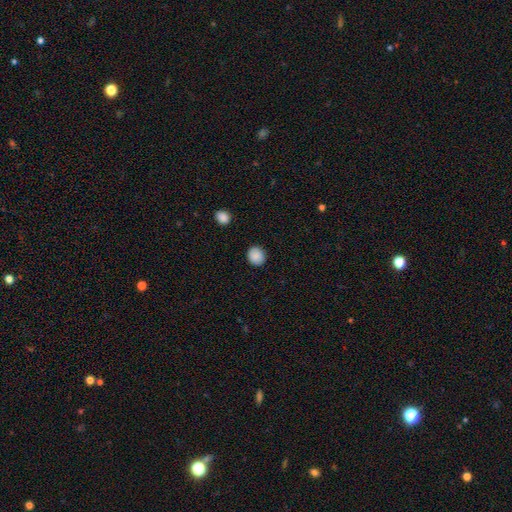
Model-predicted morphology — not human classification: The model was most divided on "how rounded": round: 79%, in between: 20%, cigar-shaped: 1%. More confident: merging — none (90%); smooth or featured — smooth (88%).